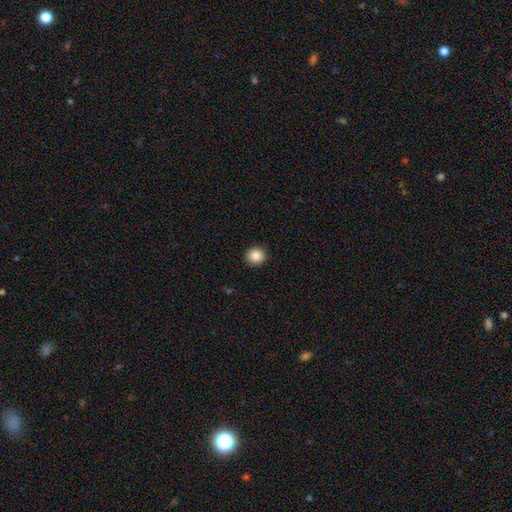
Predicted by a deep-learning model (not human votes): Smooth or featured?
  - smooth: 87% *
  - star or artifact: 9%
  - featured or disk: 4%
How rounded?
  - round: 91% *
  - in between: 9%
  - cigar-shaped: 1%
Merging?
  - none: 92% *
  - minor disturbance: 5%
  - major disturbance: 2%
  - merger: 1%